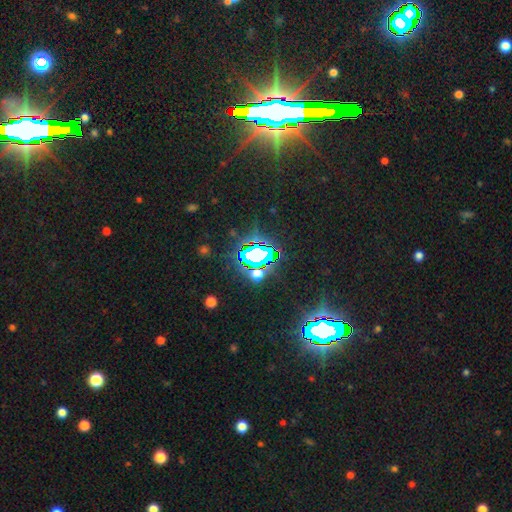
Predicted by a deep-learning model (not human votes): A star or artifact, not a galaxy (72%).